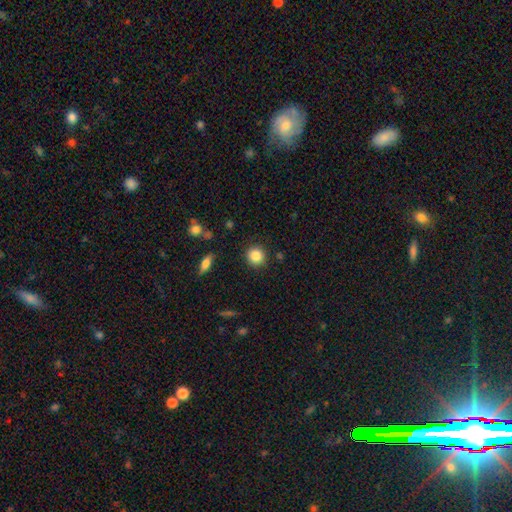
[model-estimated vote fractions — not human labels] Smooth or featured: smooth — 85% (star or artifact — 10%)
How rounded: round — 91% (in between — 8%)
Merging: none — 89% (minor disturbance — 7%)